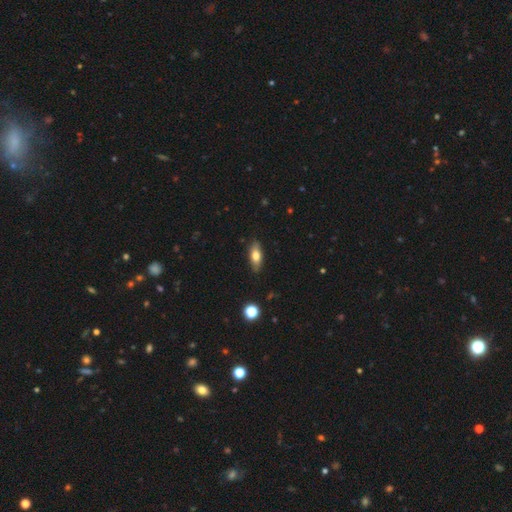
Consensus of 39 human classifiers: A smooth galaxy with no disk features (74%) that is cigar-shaped (59%).

Vote fractions:
- Smooth or featured? smooth: 74% / featured or disk: 23% / star or artifact: 3%
- How rounded? cigar-shaped: 59% / in between: 38% / round: 3%
- Merging? none: 95% / minor disturbance: 5% / major disturbance: 0% / merger: 0%